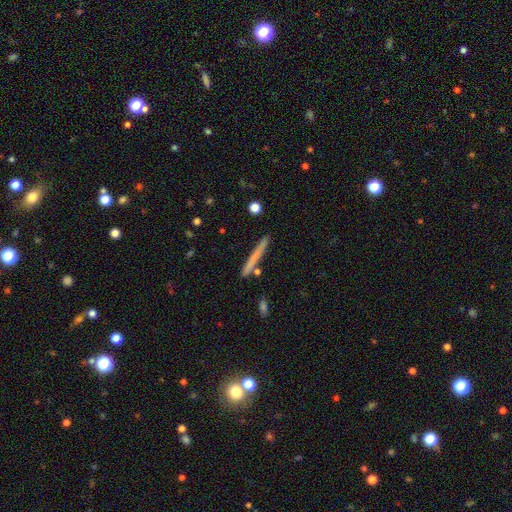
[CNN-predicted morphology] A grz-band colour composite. It shows a smooth galaxy with no disk features (64%) that is cigar-shaped (97%). Merging: none (87%).